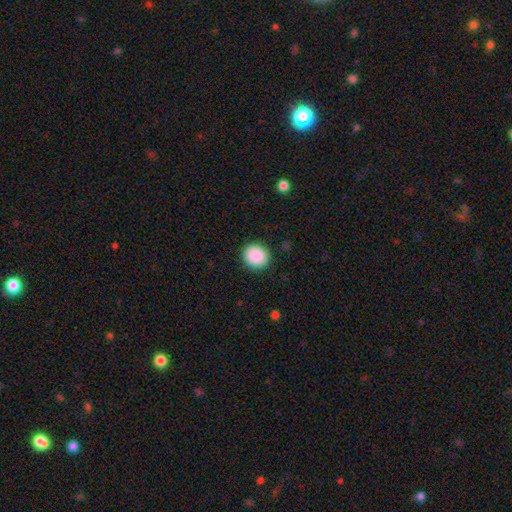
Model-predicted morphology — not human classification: smooth 90%, star or artifact 8%, featured or disk 3%. Down the decision tree: how rounded — round (86%); merging — none (91%).